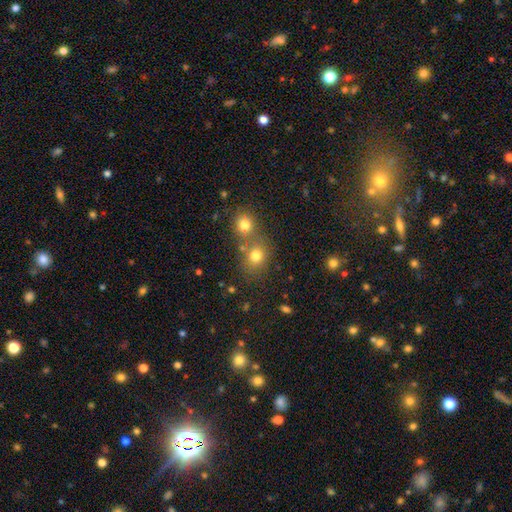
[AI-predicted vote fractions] Smooth or featured?
  - smooth: 76% *
  - star or artifact: 15%
  - featured or disk: 9%
How rounded?
  - round: 68% *
  - in between: 31%
  - cigar-shaped: 1%
Merging?
  - none: 53% *
  - merger: 34%
  - minor disturbance: 9%
  - major disturbance: 4%